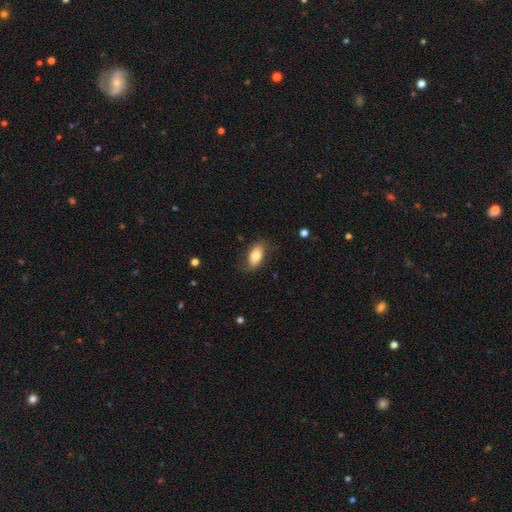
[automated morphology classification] This appears to be a smooth galaxy with no disk features (75%) that is in between round and cigar-shaped (91%). Merging: none (75%).